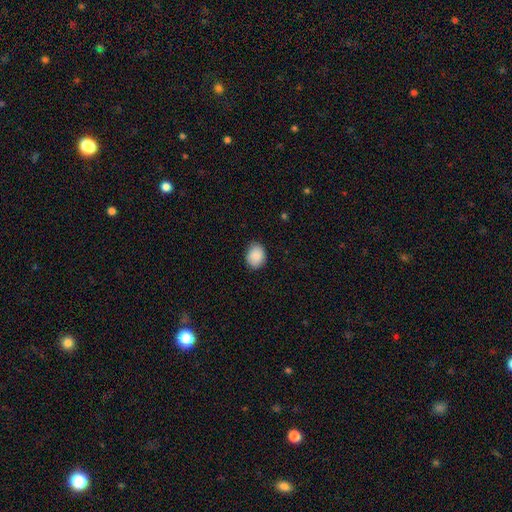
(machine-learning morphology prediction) type=smooth (88%); roundness=round (50%); merging=none (83%).